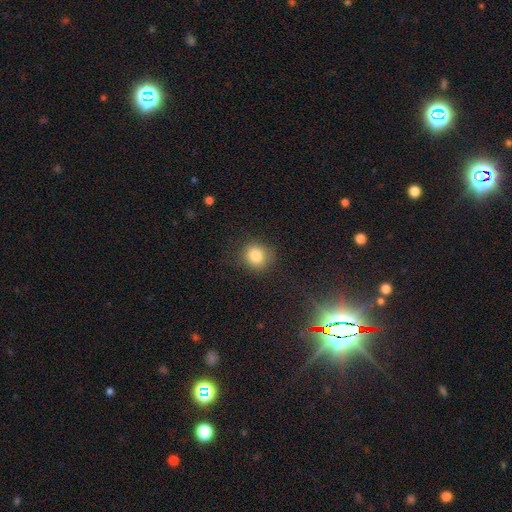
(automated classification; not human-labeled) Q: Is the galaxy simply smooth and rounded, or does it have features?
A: smooth — 82%.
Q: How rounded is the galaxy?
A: round — 82%.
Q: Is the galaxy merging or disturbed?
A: none — 81%.